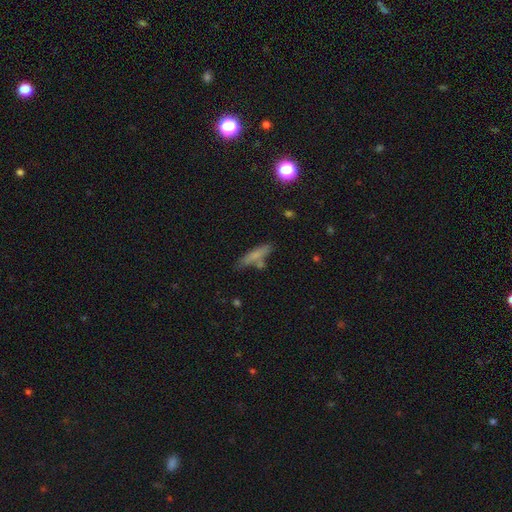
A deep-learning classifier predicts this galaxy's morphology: Q: Smooth or featured?
A: smooth (71%); runner-up: featured or disk (21%)
Q: How rounded?
A: cigar-shaped (78%); runner-up: in between (19%)
Q: Merging?
A: none (66%); runner-up: minor disturbance (17%)